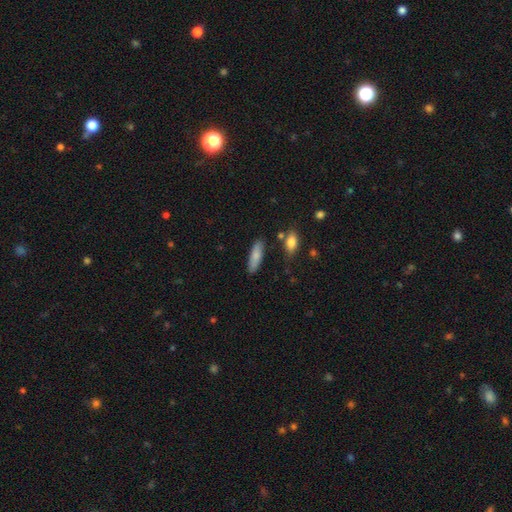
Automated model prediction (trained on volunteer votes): Smooth or featured: smooth — 80% (featured or disk — 14%)
How rounded: in between — 51% (cigar-shaped — 47%)
Merging: none — 80% (minor disturbance — 13%)